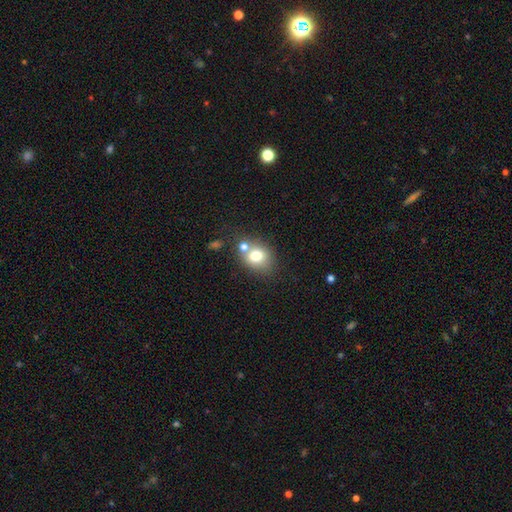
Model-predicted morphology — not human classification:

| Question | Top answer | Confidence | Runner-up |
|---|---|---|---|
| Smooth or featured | smooth | 74% | featured or disk (16%) |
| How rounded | round | 54% | in between (45%) |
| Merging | none | 52% | merger (30%) |